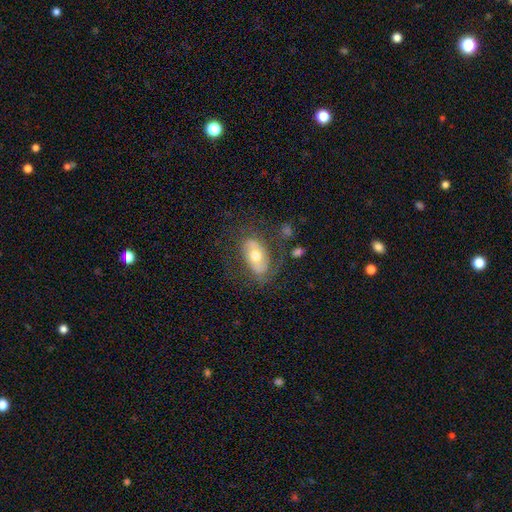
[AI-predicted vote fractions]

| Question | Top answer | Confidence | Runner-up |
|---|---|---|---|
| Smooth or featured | featured or disk | 57% | smooth (36%) |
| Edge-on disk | no | 90% | yes (10%) |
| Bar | no | 56% | weak (25%) |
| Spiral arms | yes | 56% | no (44%) |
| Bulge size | moderate | 72% | small (18%) |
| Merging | none | 62% | minor disturbance (20%) |